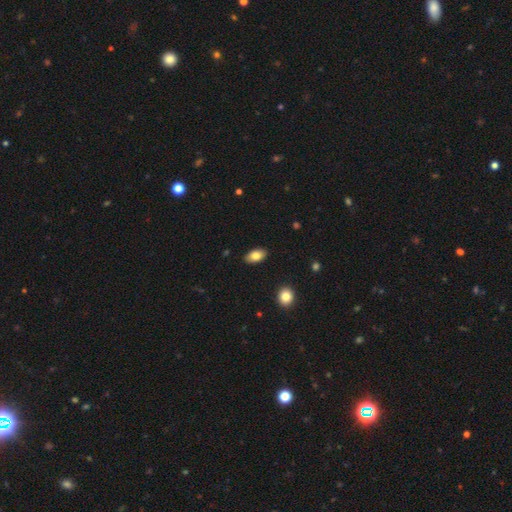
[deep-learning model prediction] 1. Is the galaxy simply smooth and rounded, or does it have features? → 83% smooth, 10% featured or disk, 7% star or artifact.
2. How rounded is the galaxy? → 93% in between, 4% round, 3% cigar-shaped.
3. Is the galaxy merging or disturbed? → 89% none, 8% minor disturbance, 2% major disturbance, 1% merger.